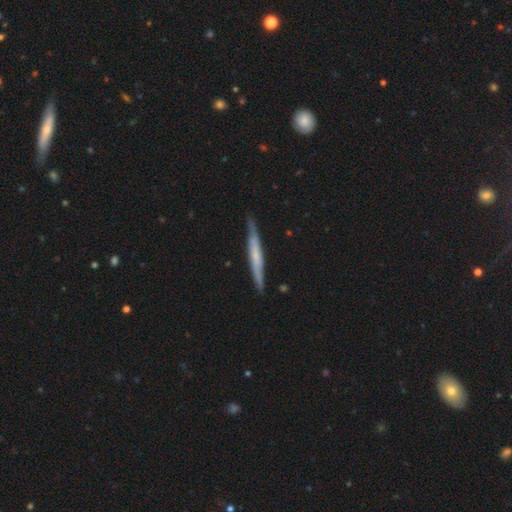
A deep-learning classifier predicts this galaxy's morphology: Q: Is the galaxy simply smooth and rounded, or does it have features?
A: featured or disk — 53%.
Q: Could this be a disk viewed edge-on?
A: yes — 93%.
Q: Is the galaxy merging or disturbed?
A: none — 85%.